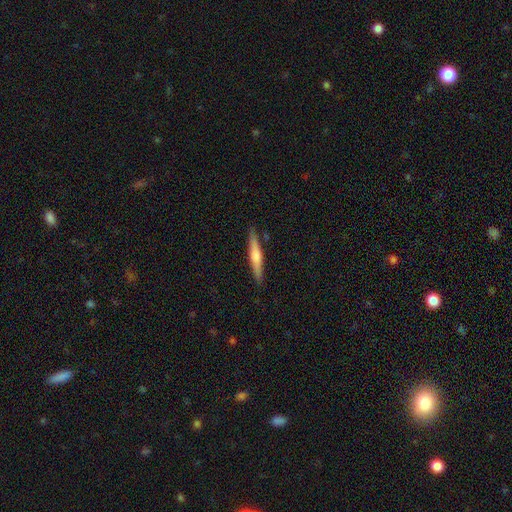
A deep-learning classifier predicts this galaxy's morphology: Smooth or featured?
  - featured or disk: 49% *
  - smooth: 46%
  - star or artifact: 6%
Merging?
  - none: 88% *
  - minor disturbance: 9%
  - major disturbance: 2%
  - merger: 1%